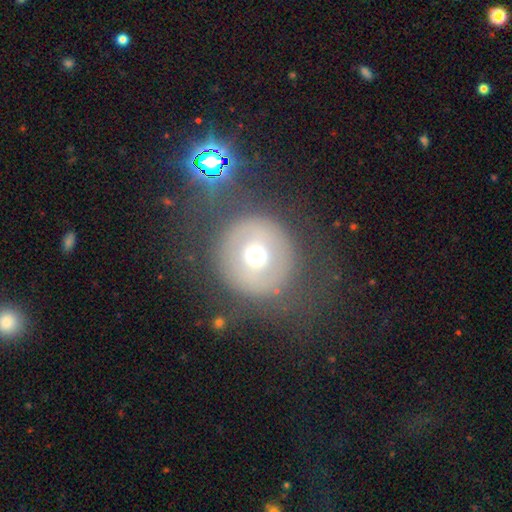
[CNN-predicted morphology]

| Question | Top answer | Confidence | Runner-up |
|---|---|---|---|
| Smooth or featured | smooth | 55% | featured or disk (31%) |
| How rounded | round | 93% | in between (6%) |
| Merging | none | 74% | major disturbance (12%) |